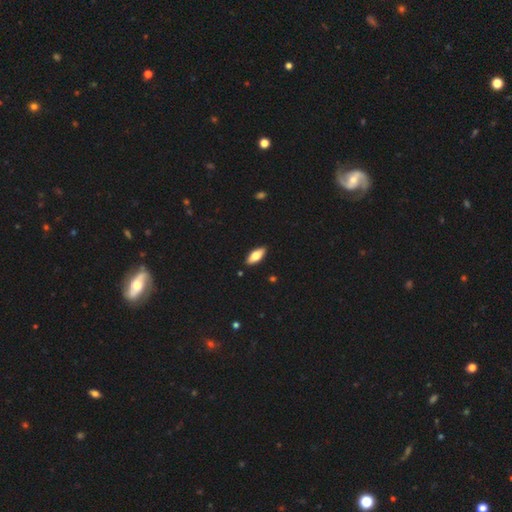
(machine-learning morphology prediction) Overall: smooth (71%). How rounded: in between (78%). Merging: none (89%).